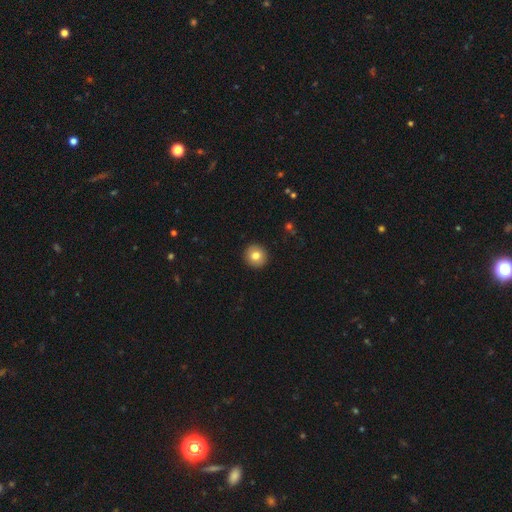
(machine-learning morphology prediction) Smooth or featured?
  - smooth: 80% *
  - featured or disk: 11%
  - star or artifact: 9%
How rounded?
  - round: 94% *
  - in between: 5%
  - cigar-shaped: 1%
Merging?
  - none: 93% *
  - minor disturbance: 5%
  - major disturbance: 2%
  - merger: 1%